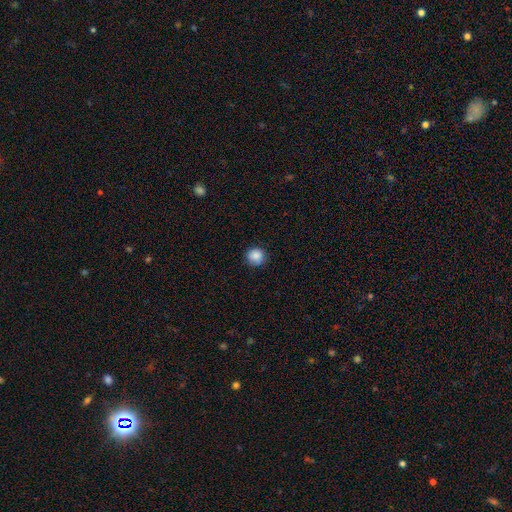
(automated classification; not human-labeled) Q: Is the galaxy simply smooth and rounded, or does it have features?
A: smooth — 87%.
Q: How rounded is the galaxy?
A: round — 92%.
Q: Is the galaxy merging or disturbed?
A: none — 84%.